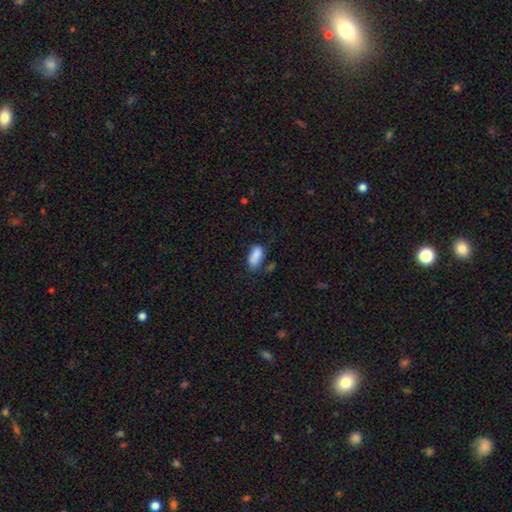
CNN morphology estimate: This appears to be a smooth galaxy with no disk features (86%) that is in between round and cigar-shaped (89%). Merging: none (58%).